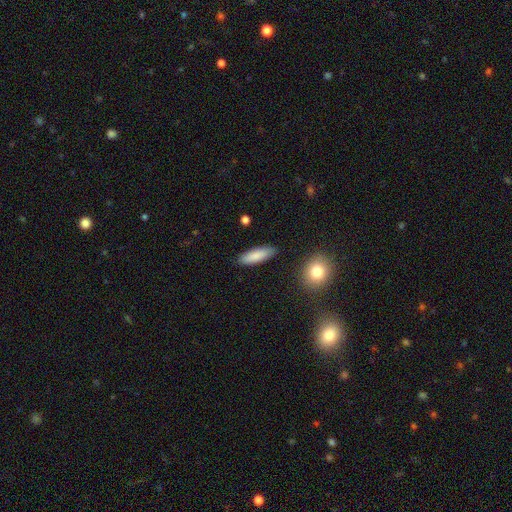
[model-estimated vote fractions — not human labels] smooth-or-featured: smooth: 86% | featured or disk: 8% | star or artifact: 6%
  how-rounded: in between: 51% | cigar-shaped: 47% | round: 2%
  merging: none: 87% | minor disturbance: 9% | major disturbance: 2% | merger: 2%